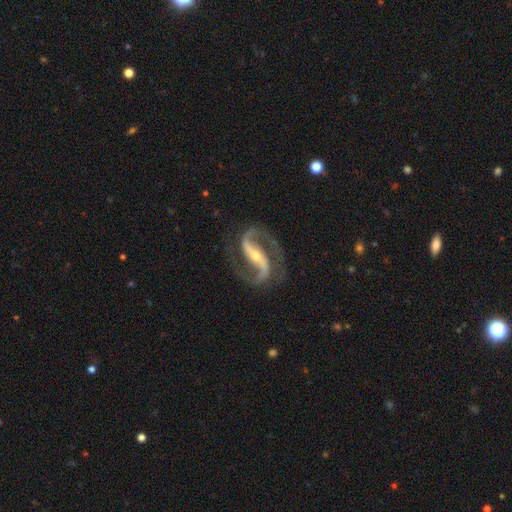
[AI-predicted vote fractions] Smooth or featured? Predicted: featured or disk (p=0.94). Edge-on disk? Predicted: no (p=0.97). Bar? Predicted: strong (p=0.62). Spiral arms? Predicted: yes (p=0.98). Spiral winding? Predicted: medium (p=0.58). Spiral arm count? Predicted: 2 (p=0.94). Bulge size? Predicted: small (p=0.61). Merging? Predicted: none (p=0.82).